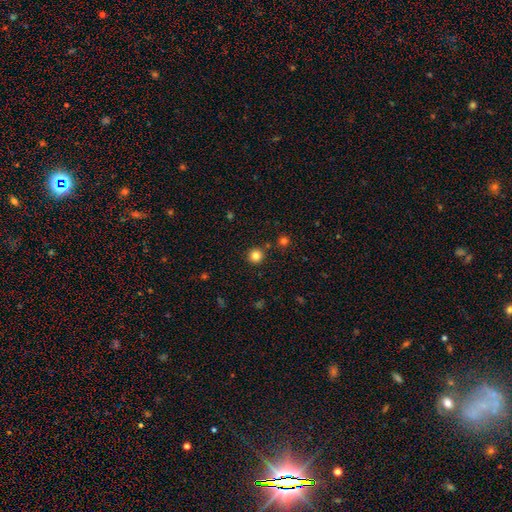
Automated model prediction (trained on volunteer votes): The model was most divided on "smooth or featured": smooth: 82%, star or artifact: 13%, featured or disk: 5%. More confident: how rounded — round (94%); merging — none (89%).